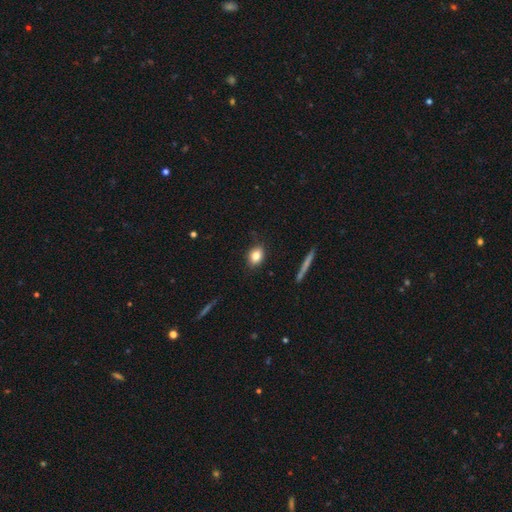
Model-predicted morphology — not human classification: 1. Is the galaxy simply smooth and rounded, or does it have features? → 82% smooth, 9% featured or disk, 9% star or artifact.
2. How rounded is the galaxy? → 61% in between, 36% round, 3% cigar-shaped.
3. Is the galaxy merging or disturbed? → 86% none, 10% minor disturbance, 2% major disturbance, 1% merger.